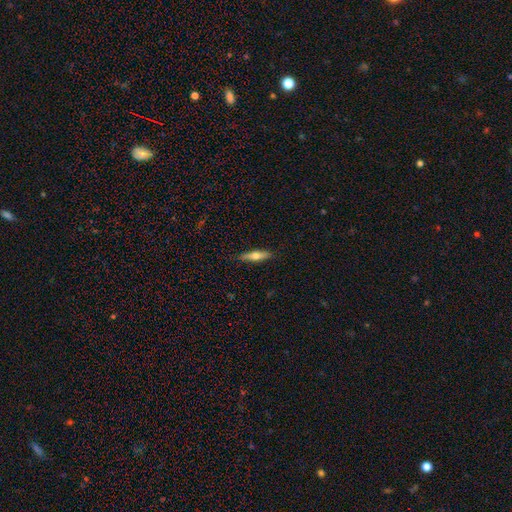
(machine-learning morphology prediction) Q: Smooth or featured?
A: smooth (52%); runner-up: featured or disk (42%)
Q: How rounded?
A: cigar-shaped (75%); runner-up: in between (23%)
Q: Merging?
A: none (88%); runner-up: minor disturbance (9%)